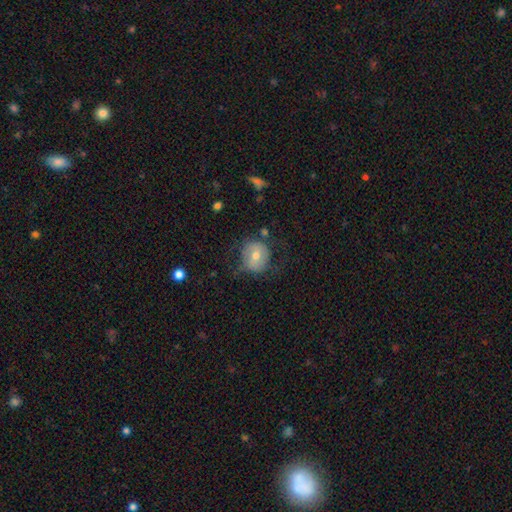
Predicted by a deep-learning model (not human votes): smooth 57%, featured or disk 34%, star or artifact 8%. Down the decision tree: how rounded — round (79%); merging — none (59%).